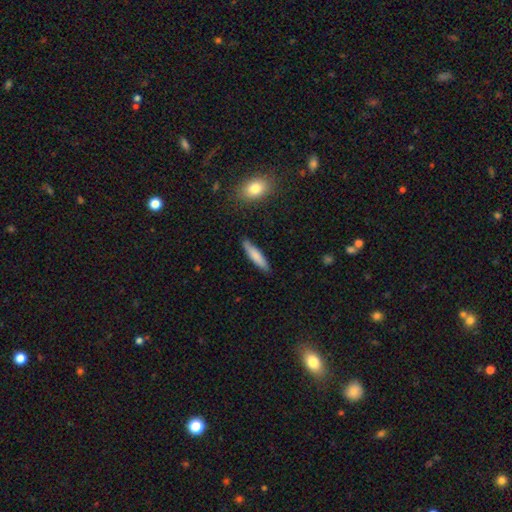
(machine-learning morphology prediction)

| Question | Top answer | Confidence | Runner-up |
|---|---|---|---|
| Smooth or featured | smooth | 77% | featured or disk (17%) |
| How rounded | cigar-shaped | 81% | in between (17%) |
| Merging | none | 83% | minor disturbance (13%) |